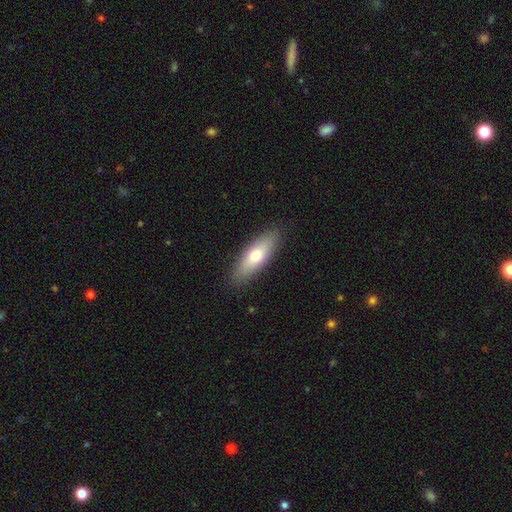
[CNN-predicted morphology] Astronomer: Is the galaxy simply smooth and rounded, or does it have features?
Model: smooth — 68%.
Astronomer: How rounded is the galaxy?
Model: in between — 52% (runner-up: cigar-shaped, 45%).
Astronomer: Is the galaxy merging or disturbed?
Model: none — 88%.